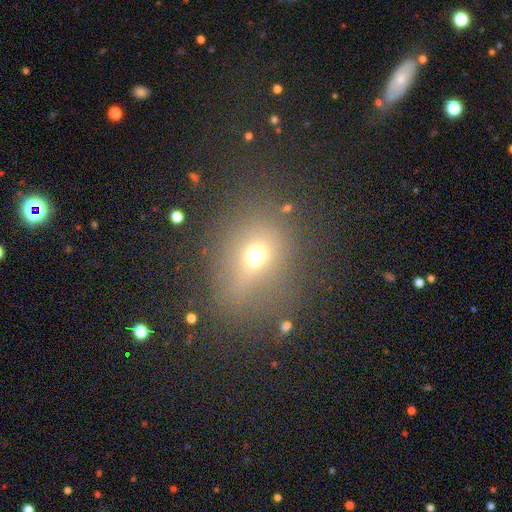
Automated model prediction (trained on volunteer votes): A smooth galaxy with no disk features (60%) that is round (61%). Merging: none (65%).